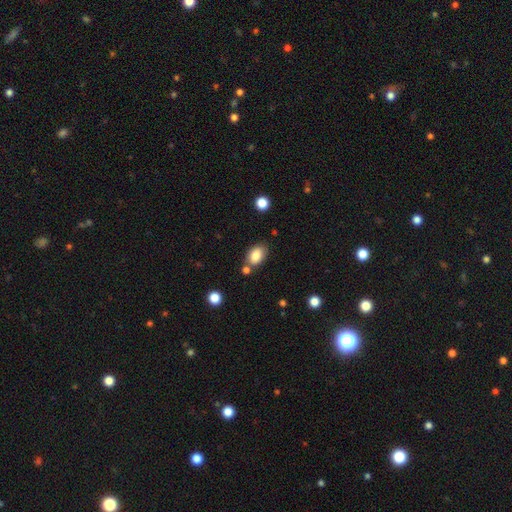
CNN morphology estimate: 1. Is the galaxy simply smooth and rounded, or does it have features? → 84% smooth, 8% star or artifact, 8% featured or disk.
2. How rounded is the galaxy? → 85% in between, 14% round, 1% cigar-shaped.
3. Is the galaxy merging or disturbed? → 68% none, 15% minor disturbance, 14% merger, 4% major disturbance.